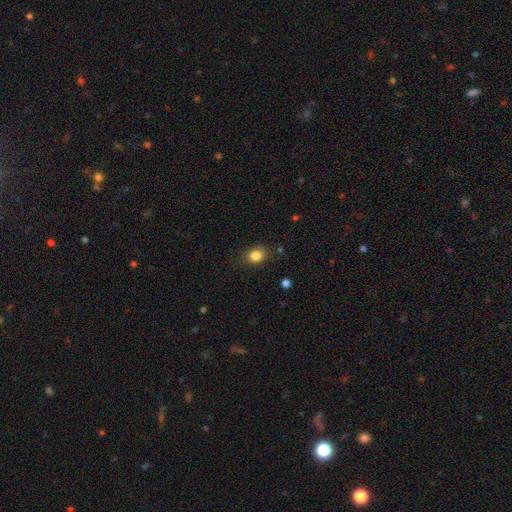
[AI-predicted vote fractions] This is clearly a smooth galaxy (83%). How rounded: possibly round (53%). Merging: likely none (75%).